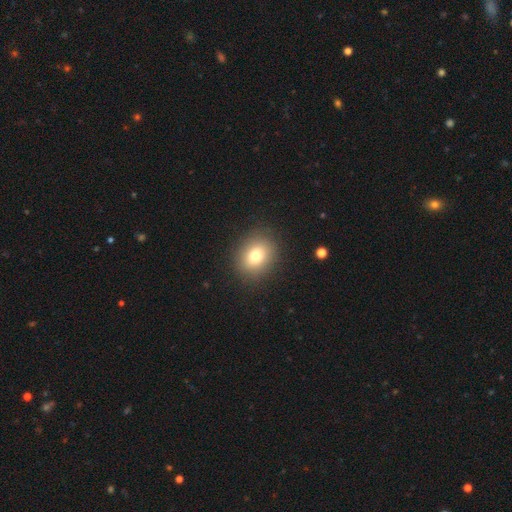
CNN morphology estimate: This appears to be a smooth galaxy with no disk features (77%) that is round (55%). Merging: none (88%).